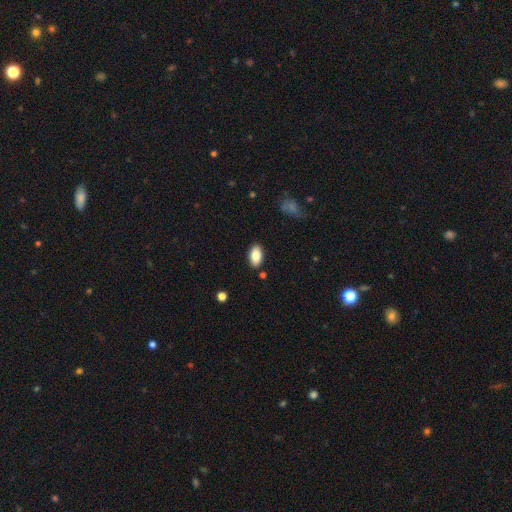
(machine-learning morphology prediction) smooth-or-featured: smooth: 85% | featured or disk: 8% | star or artifact: 7%
  how-rounded: in between: 93% | round: 4% | cigar-shaped: 3%
  merging: none: 87% | minor disturbance: 9% | major disturbance: 2% | merger: 2%